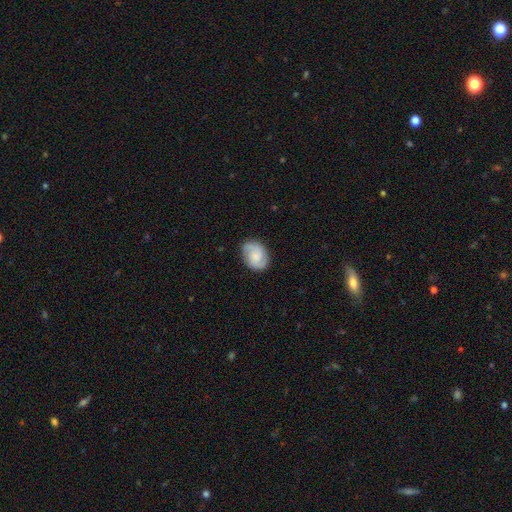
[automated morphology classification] A featured or disk galaxy (67%) with no bar (60%), 2 (84%) medium (47%) spiral arms (95%) and a small central bulge (37%).

Vote fractions:
- Smooth or featured? featured or disk: 67% / smooth: 26% / star or artifact: 7%
- Edge-on disk? no: 98% / yes: 2%
- Bar? no: 60% / weak: 34% / strong: 6%
- Spiral arms? yes: 95% / no: 5%
- Spiral winding? medium: 47% / tight: 39% / loose: 14%
- Spiral arm count? 2: 84% / can't tell: 6% / 3: 4% / 1: 2% / 4: 1% / more than 4: 1%
- Bulge size? small: 37% / none: 28% / moderate: 26% / large: 7% / dominant: 2%
- Merging? none: 82% / minor disturbance: 13% / major disturbance: 4% / merger: 1%